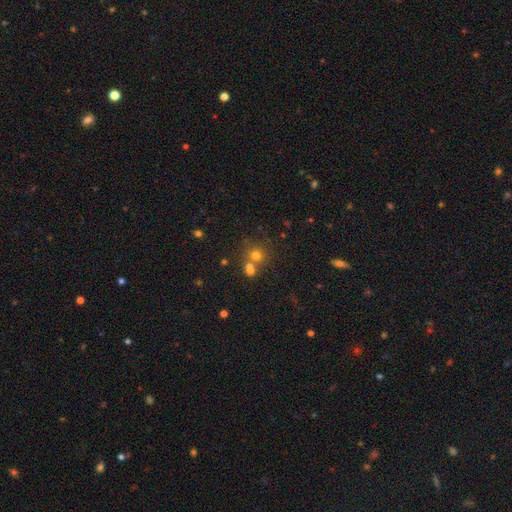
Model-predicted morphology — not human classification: This is likely a smooth galaxy (62%). How rounded: clearly round (87%). Merging: possibly none (56%).